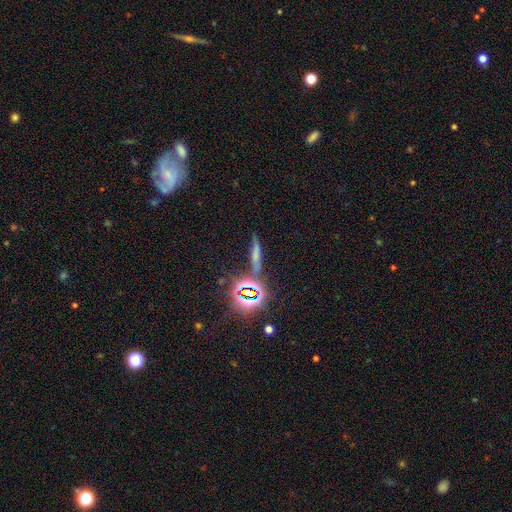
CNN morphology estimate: smooth 46%, star or artifact 31%, featured or disk 23%. Down the decision tree: merging — none (73%).